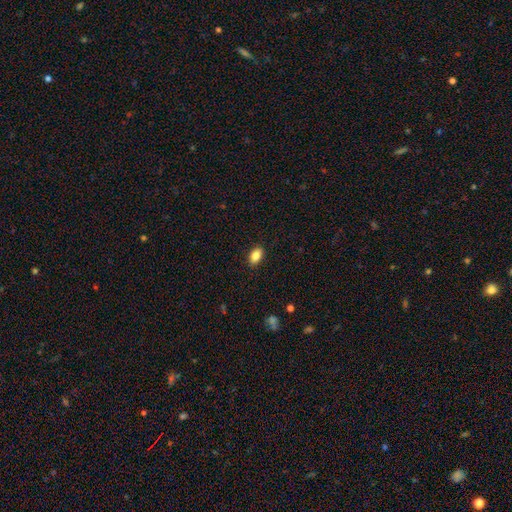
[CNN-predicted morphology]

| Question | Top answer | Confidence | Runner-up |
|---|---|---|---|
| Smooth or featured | smooth | 85% | star or artifact (8%) |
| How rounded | in between | 89% | round (8%) |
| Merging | none | 89% | minor disturbance (8%) |